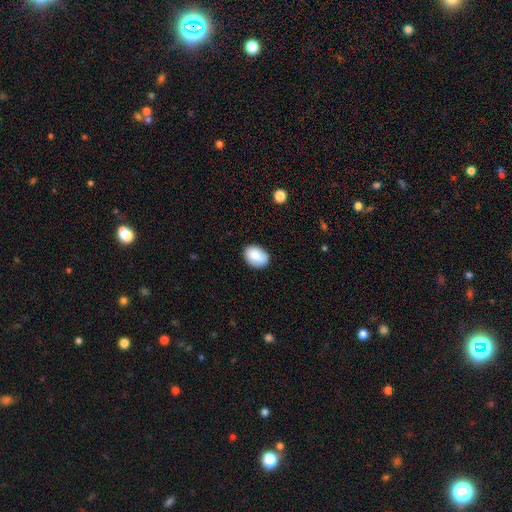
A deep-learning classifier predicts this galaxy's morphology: Smooth or featured?
  - smooth: 87% *
  - star or artifact: 7%
  - featured or disk: 6%
How rounded?
  - in between: 83% *
  - round: 16%
  - cigar-shaped: 1%
Merging?
  - none: 84% *
  - minor disturbance: 12%
  - major disturbance: 2%
  - merger: 1%